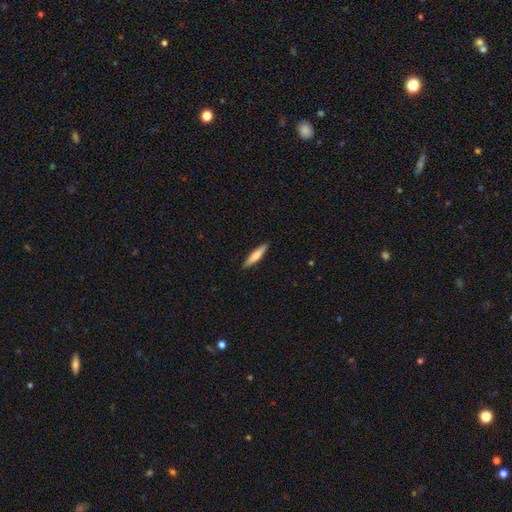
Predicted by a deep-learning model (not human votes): This appears to be a smooth galaxy with no disk features (72%) that is cigar-shaped (86%). Merging: none (90%).